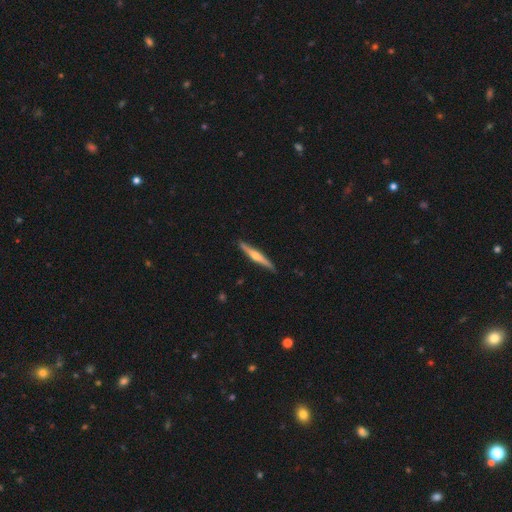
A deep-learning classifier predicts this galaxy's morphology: type=featured or disk (64%); edge-on=yes (97%); edge-on bulge=rounded (85%); merging=none (90%).